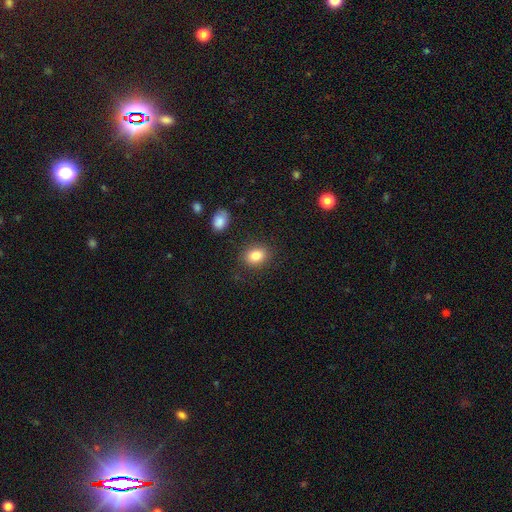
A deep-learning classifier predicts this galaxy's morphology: Smooth or featured?
  - smooth: 84% *
  - star or artifact: 9%
  - featured or disk: 6%
How rounded?
  - in between: 57% *
  - round: 42%
  - cigar-shaped: 1%
Merging?
  - none: 84% *
  - minor disturbance: 10%
  - major disturbance: 3%
  - merger: 2%